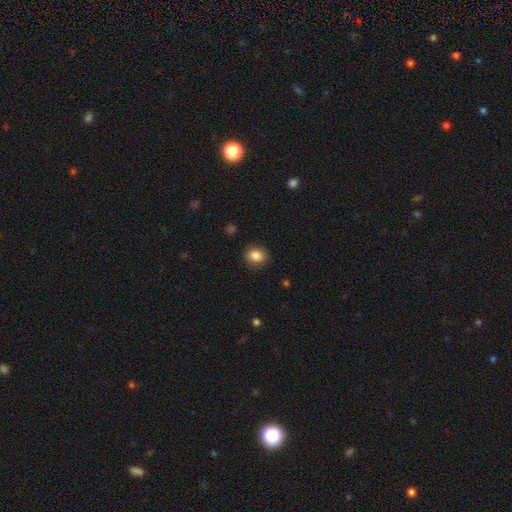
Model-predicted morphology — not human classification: The model was most divided on "how rounded": round: 65%, in between: 34%, cigar-shaped: 1%. More confident: merging — none (89%); smooth or featured — smooth (86%).